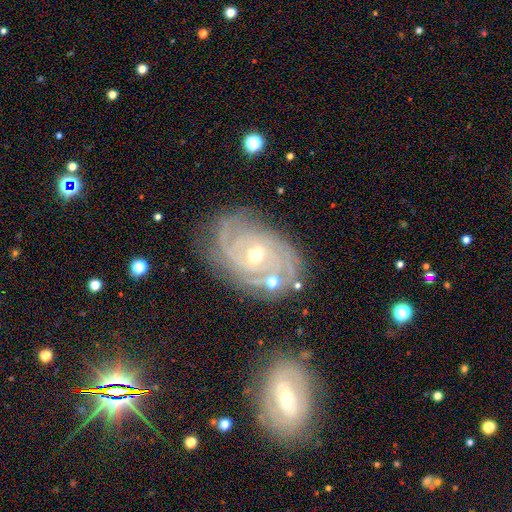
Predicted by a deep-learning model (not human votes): Q: Smooth or featured?
A: featured or disk (86%); runner-up: star or artifact (7%)
Q: Edge-on disk?
A: no (96%); runner-up: yes (4%)
Q: Bar?
A: no (57%); runner-up: weak (31%)
Q: Spiral arms?
A: yes (97%); runner-up: no (3%)
Q: Spiral winding?
A: tight (74%); runner-up: medium (21%)
Q: Spiral arm count?
A: 3 (27%); runner-up: can't tell (25%)
Q: Bulge size?
A: moderate (49%); runner-up: small (48%)
Q: Merging?
A: none (72%); runner-up: minor disturbance (17%)